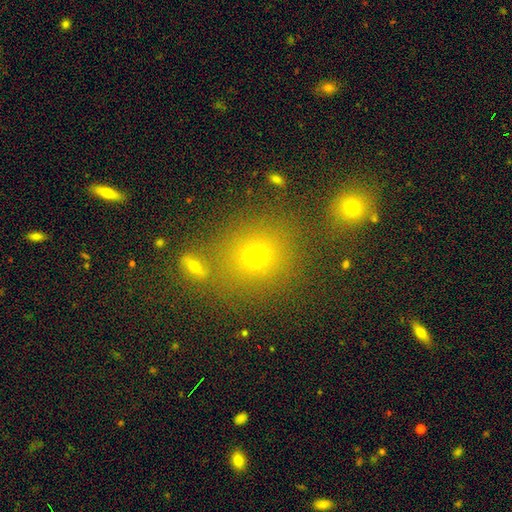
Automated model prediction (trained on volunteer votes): Q: Smooth or featured?
A: smooth (66%); runner-up: star or artifact (23%)
Q: How rounded?
A: round (80%); runner-up: in between (19%)
Q: Merging?
A: none (69%); runner-up: merger (17%)